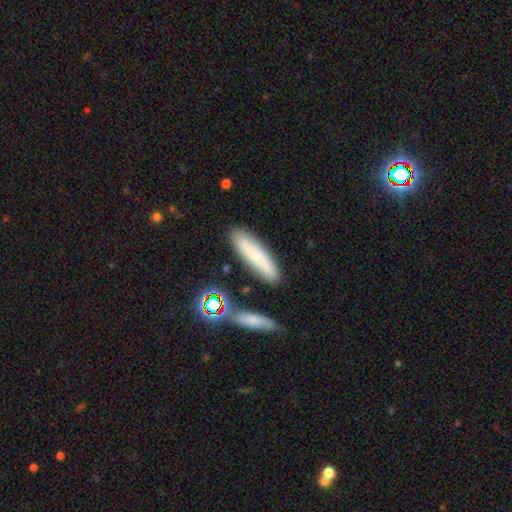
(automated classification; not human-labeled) smooth 63%, featured or disk 26%, star or artifact 11%. Down the decision tree: how rounded — cigar-shaped (64%); merging — none (79%).